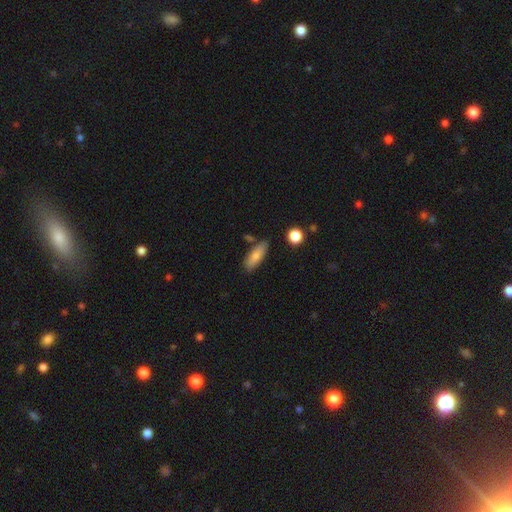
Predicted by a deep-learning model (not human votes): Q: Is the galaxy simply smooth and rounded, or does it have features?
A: smooth — 79%.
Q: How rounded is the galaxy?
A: in between — 60%.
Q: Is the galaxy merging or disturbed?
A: none — 78%.